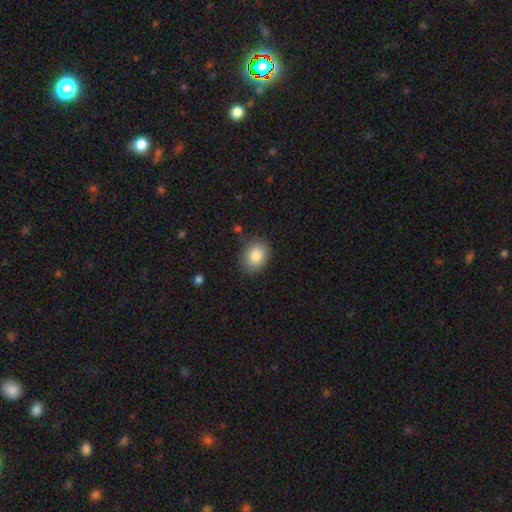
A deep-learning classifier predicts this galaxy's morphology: smooth 86%, star or artifact 8%, featured or disk 6%. Down the decision tree: how rounded — in between (62%); merging — none (83%).